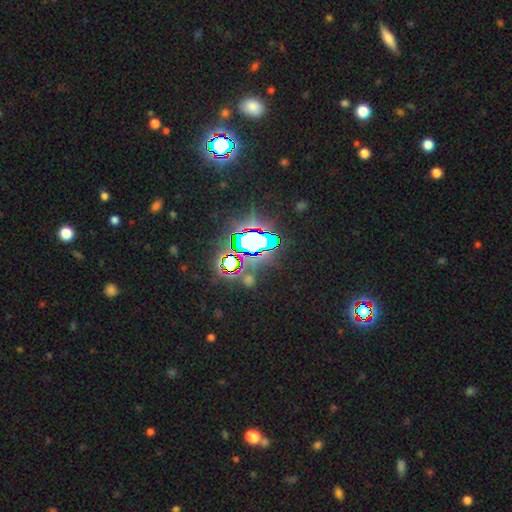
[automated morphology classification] smooth_or_featured: star or artifact (p=0.84) [alt: smooth p=0.09]